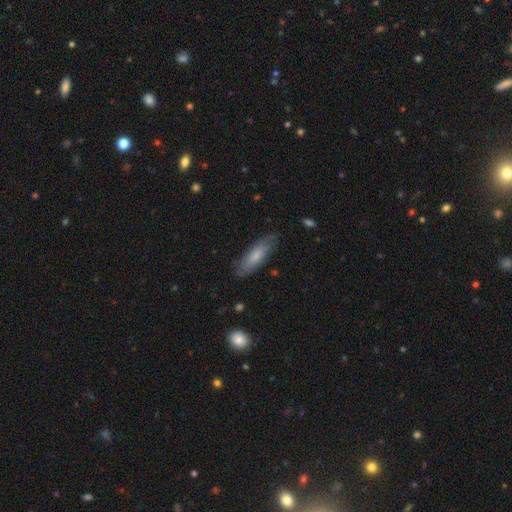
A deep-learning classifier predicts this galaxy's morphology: A smooth galaxy with no disk features (64%) that is in between round and cigar-shaped (50%).

Vote fractions:
- Smooth or featured? smooth: 64% / featured or disk: 31% / star or artifact: 6%
- How rounded? in between: 50% / cigar-shaped: 49% / round: 2%
- Merging? none: 78% / minor disturbance: 17% / major disturbance: 4% / merger: 1%